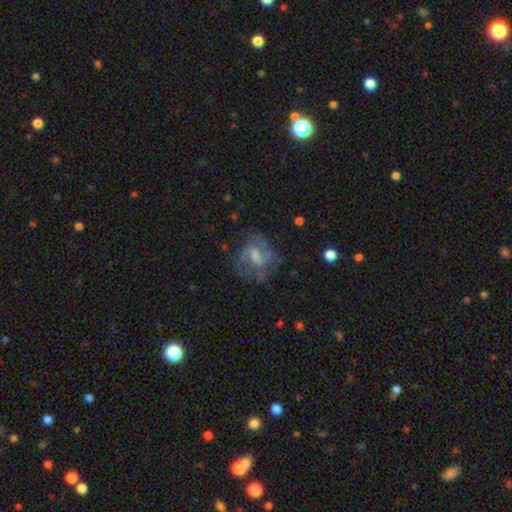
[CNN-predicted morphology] Smooth or featured: featured or disk — 63% (smooth — 28%)
Edge-on disk: no — 97% (yes — 3%)
Bar: weak — 51% (no — 33%)
Spiral arms: yes — 72% (no — 28%)
Bulge size: moderate — 38% (small — 29%)
Merging: none — 52% (major disturbance — 24%)